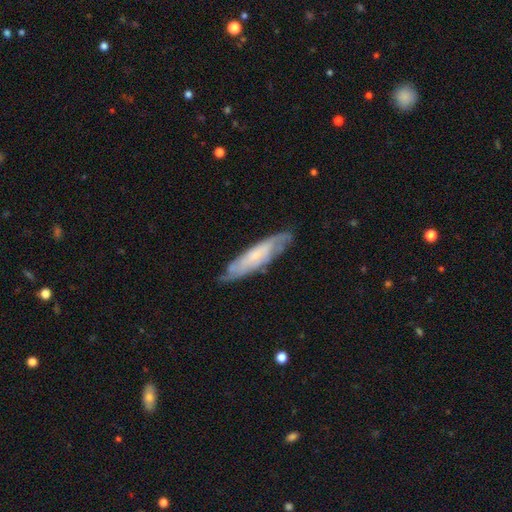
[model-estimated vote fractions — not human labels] Overall: featured or disk (61%; smooth 33%). Edge-on disk: no (60%; yes 40%). Merging: none (76%).